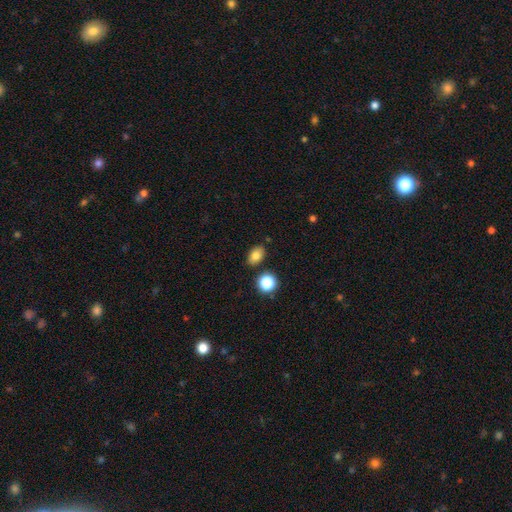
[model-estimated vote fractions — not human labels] This appears to be a smooth galaxy with no disk features (79%) that is in between round and cigar-shaped (79%). Merging: none (82%).